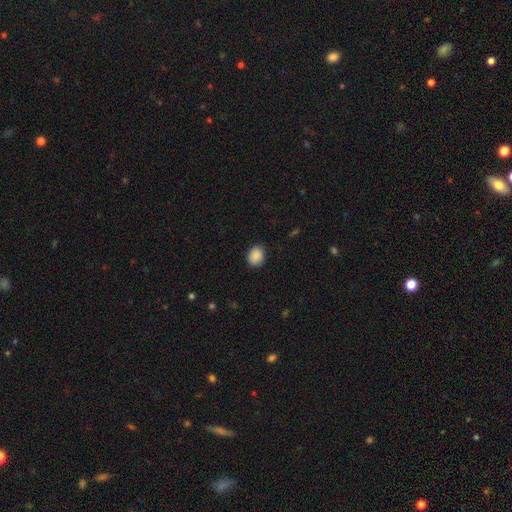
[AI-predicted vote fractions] Morphology: type=smooth (89%); roundness=round (56%); merging=none (86%).